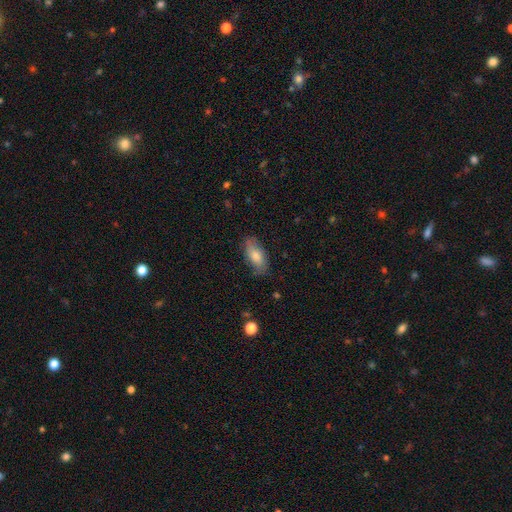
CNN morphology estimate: smooth-or-featured: smooth: 76% | featured or disk: 17% | star or artifact: 7%
  how-rounded: in between: 87% | cigar-shaped: 10% | round: 3%
  merging: none: 78% | minor disturbance: 17% | major disturbance: 4% | merger: 1%